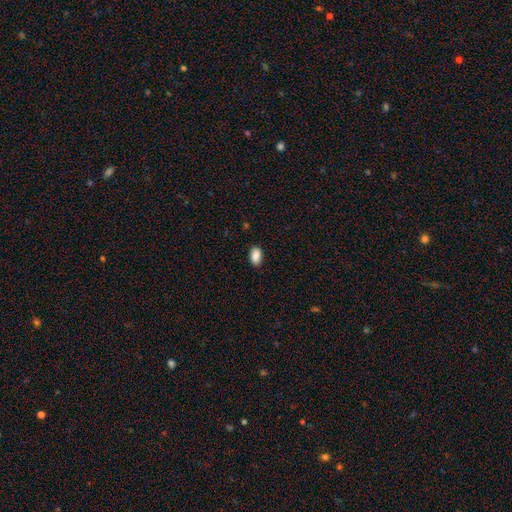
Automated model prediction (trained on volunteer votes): This is clearly a smooth galaxy (89%). How rounded: clearly in between (92%). Merging: clearly none (87%).